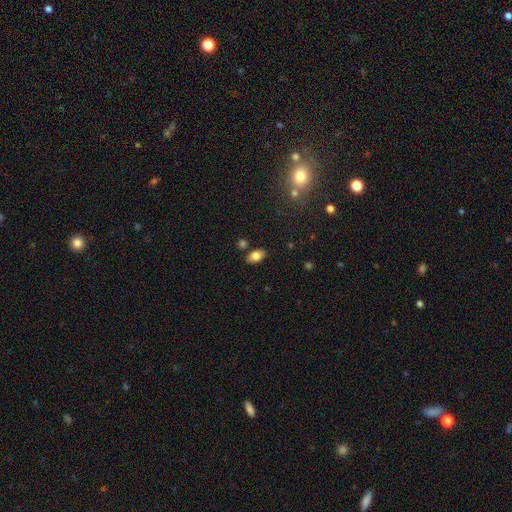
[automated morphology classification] type=smooth (82%); roundness=in between (90%); merging=none (82%).